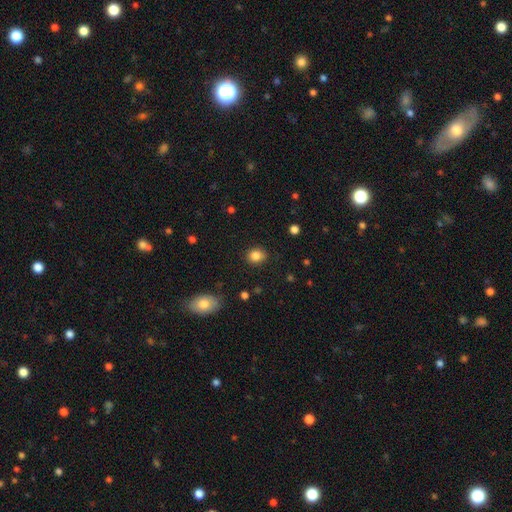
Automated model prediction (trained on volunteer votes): Q: Smooth or featured?
A: smooth (84%); runner-up: star or artifact (11%)
Q: How rounded?
A: round (61%); runner-up: in between (38%)
Q: Merging?
A: none (84%); runner-up: minor disturbance (12%)